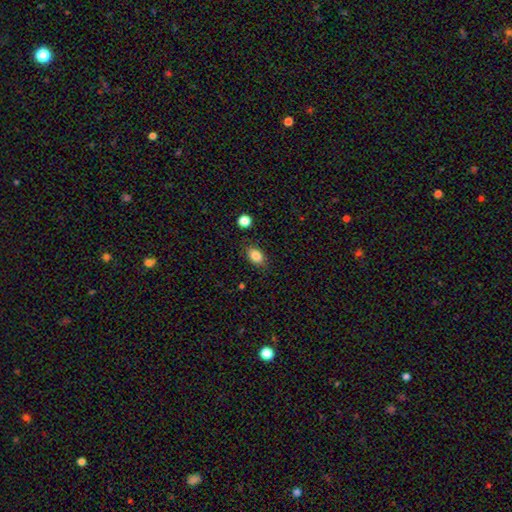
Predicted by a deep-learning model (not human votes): A smooth galaxy with no disk features (84%) that is in between round and cigar-shaped (80%).

Vote fractions:
- Smooth or featured? smooth: 84% / star or artifact: 9% / featured or disk: 6%
- How rounded? in between: 80% / round: 19% / cigar-shaped: 1%
- Merging? none: 83% / minor disturbance: 12% / major disturbance: 3% / merger: 2%